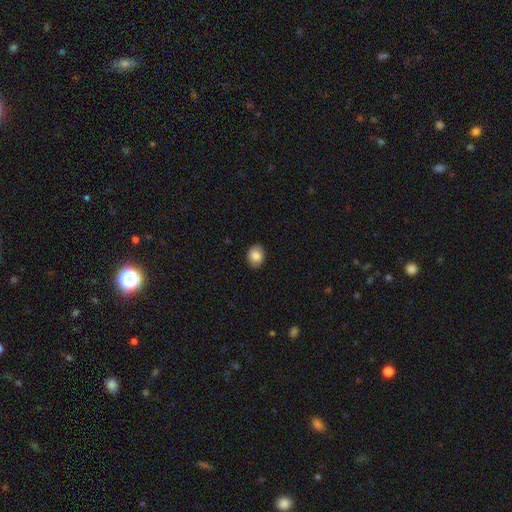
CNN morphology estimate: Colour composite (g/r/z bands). It shows a smooth galaxy with no disk features (83%) that is in between round and cigar-shaped (55%). Merging: none (87%).